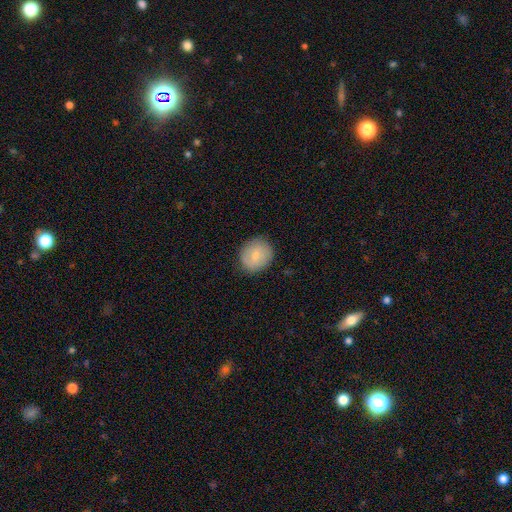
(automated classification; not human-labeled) The model was most divided on "smooth or featured": smooth: 73%, featured or disk: 20%, star or artifact: 7%. More confident: merging — none (85%); how rounded — round (77%).